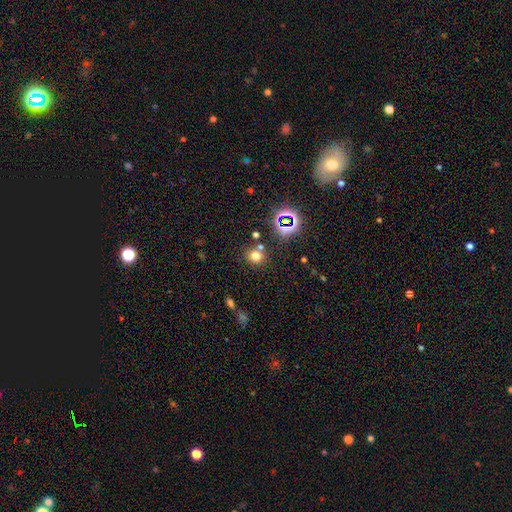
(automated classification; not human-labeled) Smooth or featured? Predicted: smooth (p=0.69). How rounded? Predicted: round (p=0.84). Merging? Predicted: none (p=0.74).